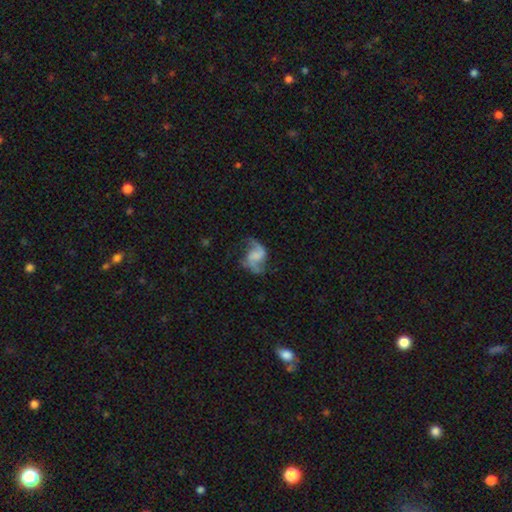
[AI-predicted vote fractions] Q: Smooth or featured?
A: featured or disk (83%); runner-up: smooth (11%)
Q: Edge-on disk?
A: no (98%); runner-up: yes (2%)
Q: Bar?
A: no (48%); runner-up: weak (40%)
Q: Spiral arms?
A: yes (95%); runner-up: no (5%)
Q: Spiral winding?
A: loose (61%); runner-up: medium (33%)
Q: Spiral arm count?
A: 2 (91%); runner-up: 1 (3%)
Q: Bulge size?
A: none (55%); runner-up: small (20%)
Q: Merging?
A: none (64%); runner-up: minor disturbance (18%)